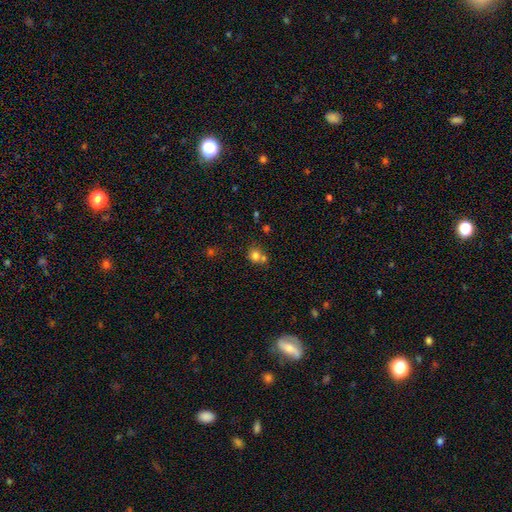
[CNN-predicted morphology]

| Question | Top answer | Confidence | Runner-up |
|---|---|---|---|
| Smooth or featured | smooth | 77% | star or artifact (13%) |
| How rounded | round | 80% | in between (19%) |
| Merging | none | 45% | merger (42%) |